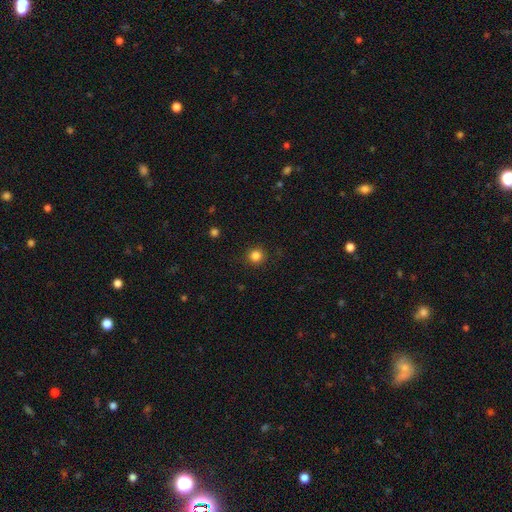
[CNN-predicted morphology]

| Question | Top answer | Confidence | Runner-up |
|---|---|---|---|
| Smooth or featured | smooth | 84% | star or artifact (12%) |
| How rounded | round | 93% | in between (6%) |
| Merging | none | 90% | minor disturbance (6%) |